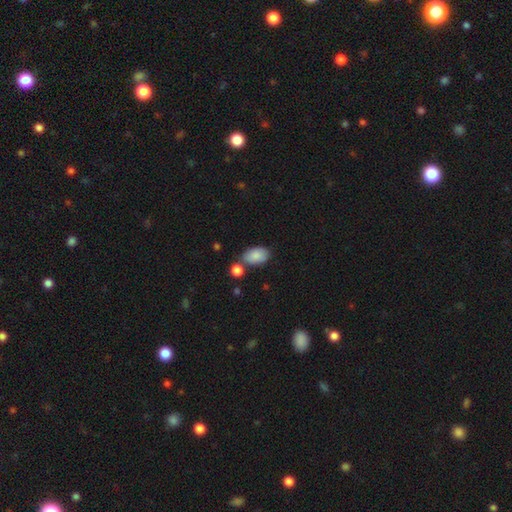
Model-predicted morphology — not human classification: Smooth or featured? Predicted: smooth (p=0.86). How rounded? Predicted: in between (p=0.92). Merging? Predicted: none (p=0.65).